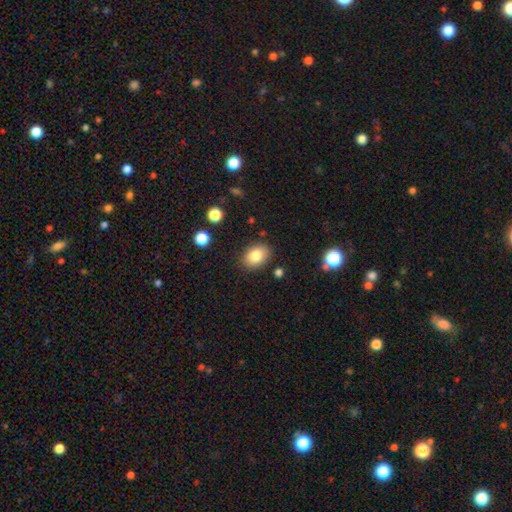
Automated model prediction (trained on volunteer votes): Q: Smooth or featured?
A: smooth (83%); runner-up: star or artifact (9%)
Q: How rounded?
A: in between (74%); runner-up: round (25%)
Q: Merging?
A: none (85%); runner-up: minor disturbance (10%)